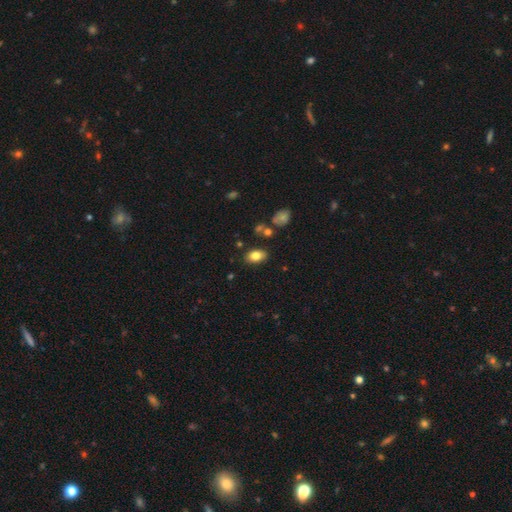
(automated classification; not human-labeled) smooth 80%, featured or disk 11%, star or artifact 9%. Down the decision tree: how rounded — in between (88%); merging — none (81%).